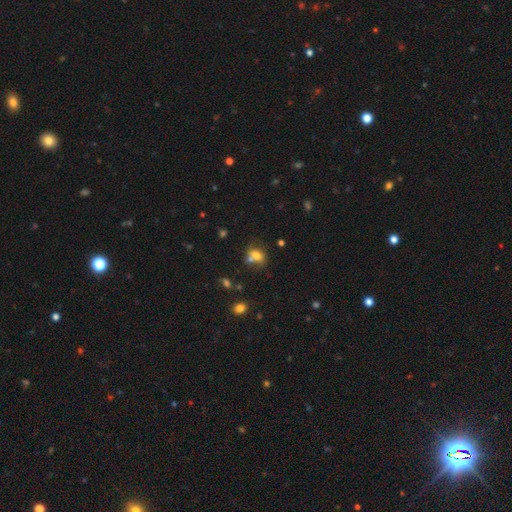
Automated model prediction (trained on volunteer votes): Q: Smooth or featured?
A: smooth (72%); runner-up: featured or disk (15%)
Q: How rounded?
A: in between (54%); runner-up: round (44%)
Q: Merging?
A: none (41%); runner-up: merger (39%)